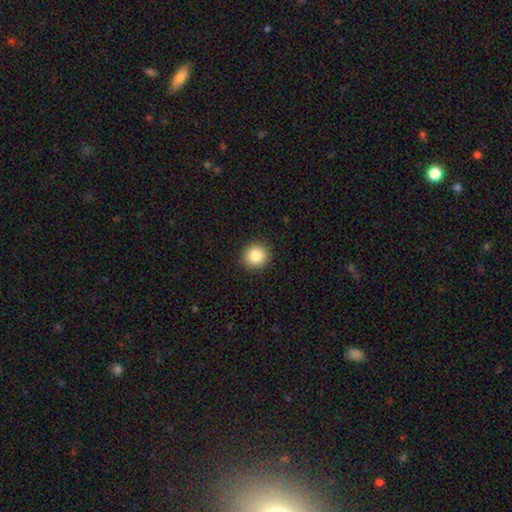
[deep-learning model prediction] The model was most divided on "smooth or featured": smooth: 85%, star or artifact: 10%, featured or disk: 5%. More confident: merging — none (92%); how rounded — round (90%).